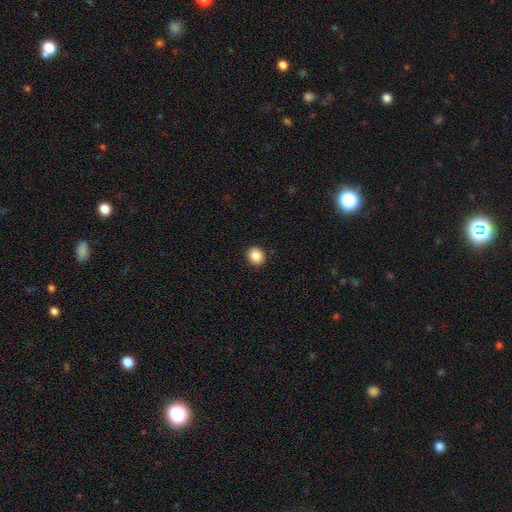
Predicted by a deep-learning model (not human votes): Smooth or featured?
  - smooth: 87% *
  - star or artifact: 9%
  - featured or disk: 4%
How rounded?
  - round: 80% *
  - in between: 19%
  - cigar-shaped: 1%
Merging?
  - none: 92% *
  - minor disturbance: 5%
  - major disturbance: 2%
  - merger: 1%